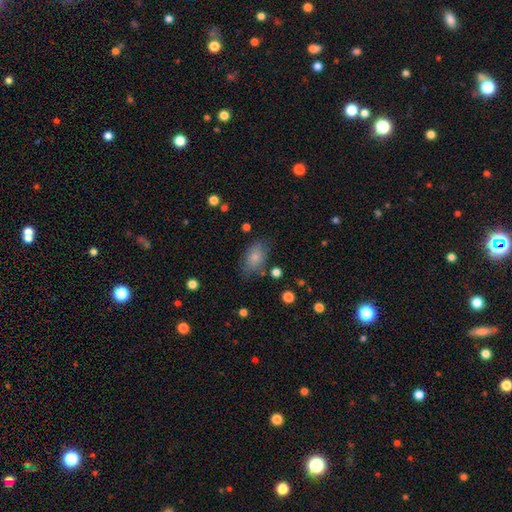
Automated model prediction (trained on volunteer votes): smooth-or-featured: smooth: 73% | featured or disk: 14% | star or artifact: 13%
  how-rounded: in between: 86% | round: 10% | cigar-shaped: 4%
  merging: none: 75% | minor disturbance: 17% | major disturbance: 5% | merger: 3%